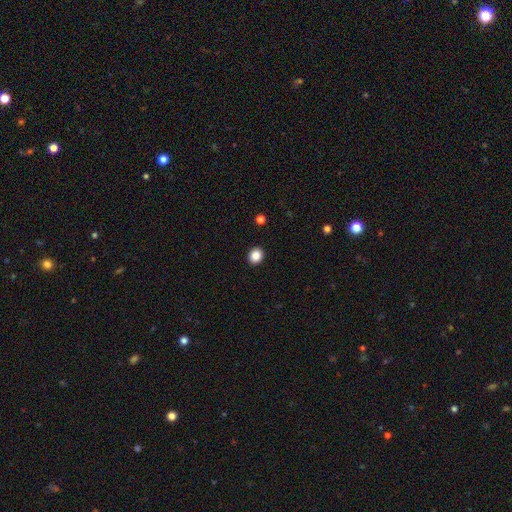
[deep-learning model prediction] Overall: smooth (86%). How rounded: round (73%). Merging: none (92%).